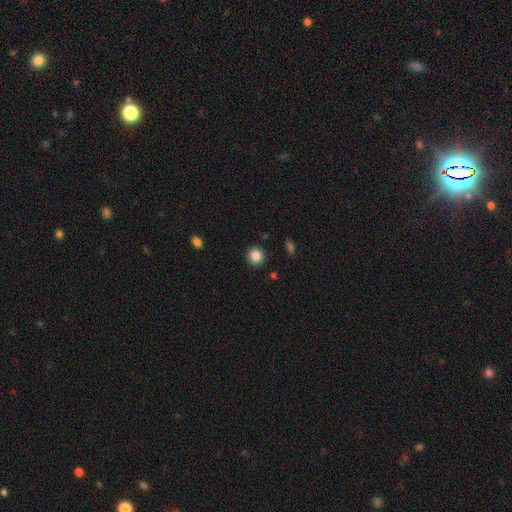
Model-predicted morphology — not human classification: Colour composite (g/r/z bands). It shows a smooth galaxy with no disk features (86%) that is round (90%). Merging: none (90%).